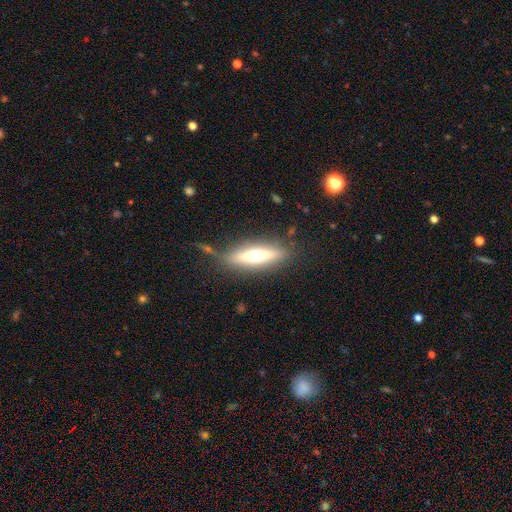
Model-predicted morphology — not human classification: This appears to be a featured or disk galaxy (47%). Merging: none (75%).